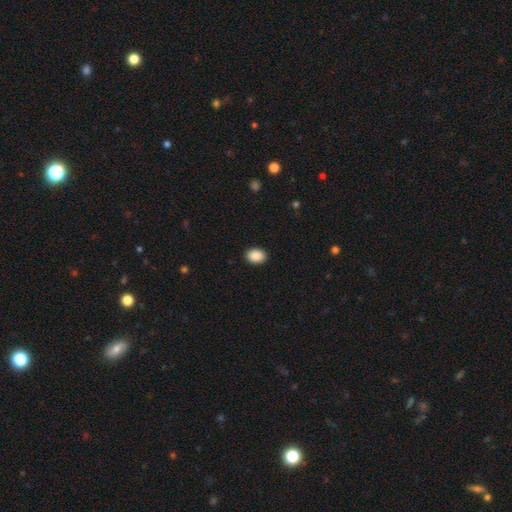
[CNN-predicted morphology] The model was most divided on "how rounded": in between: 73%, round: 26%, cigar-shaped: 1%. More confident: merging — none (91%); smooth or featured — smooth (89%).